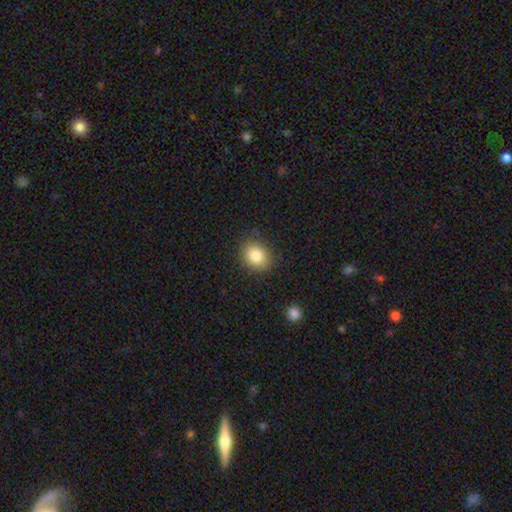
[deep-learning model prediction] This appears to be a smooth galaxy with no disk features (85%) that is round (58%). Merging: none (83%).